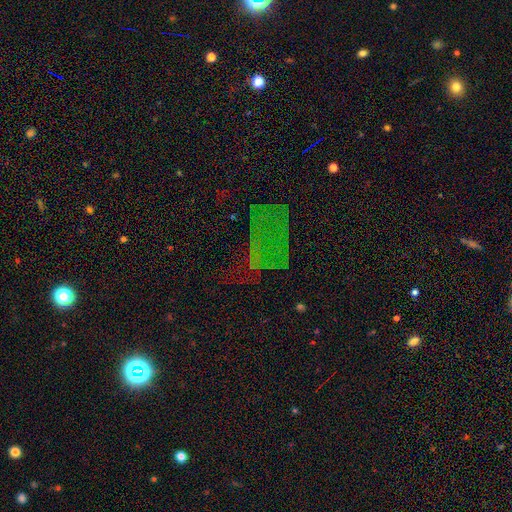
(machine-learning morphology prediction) Q: Smooth or featured?
A: star or artifact (50%); runner-up: featured or disk (28%)